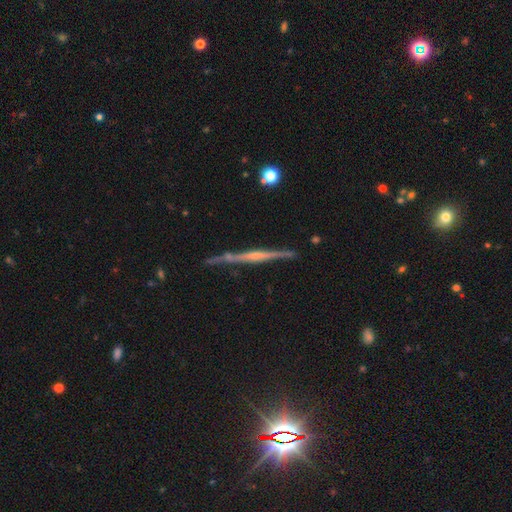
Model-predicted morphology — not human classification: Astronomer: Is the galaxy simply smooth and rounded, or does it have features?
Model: featured or disk — 79%.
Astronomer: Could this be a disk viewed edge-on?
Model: yes — 98%.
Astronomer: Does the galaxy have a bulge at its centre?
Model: rounded — 50% (runner-up: none, 35%).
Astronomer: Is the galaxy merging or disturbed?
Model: none — 81%.